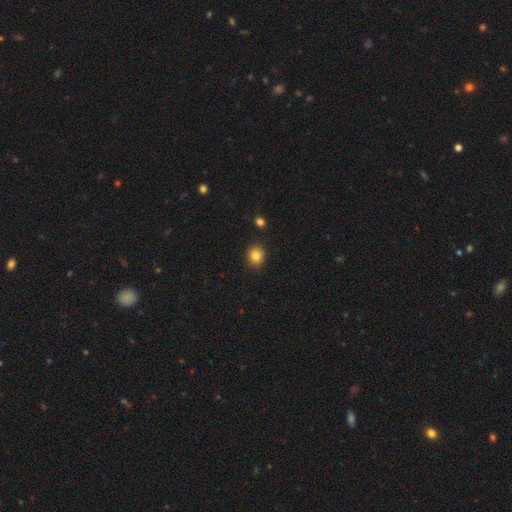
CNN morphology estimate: Overall: smooth (84%). How rounded: round (83%). Merging: none (90%).